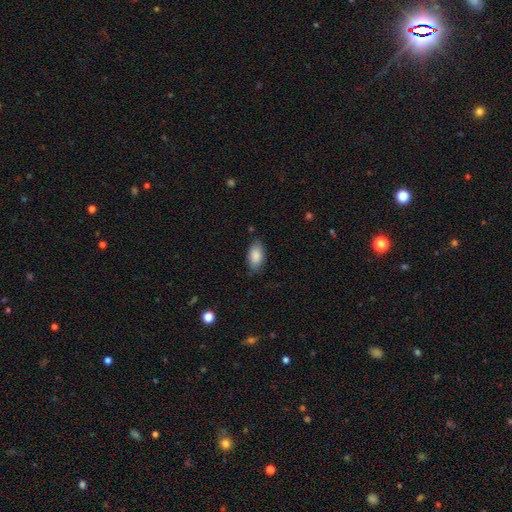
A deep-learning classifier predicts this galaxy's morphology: smooth-or-featured: smooth: 88% | star or artifact: 7% | featured or disk: 6%
  how-rounded: in between: 92% | cigar-shaped: 4% | round: 4%
  merging: none: 78% | minor disturbance: 17% | major disturbance: 4% | merger: 1%